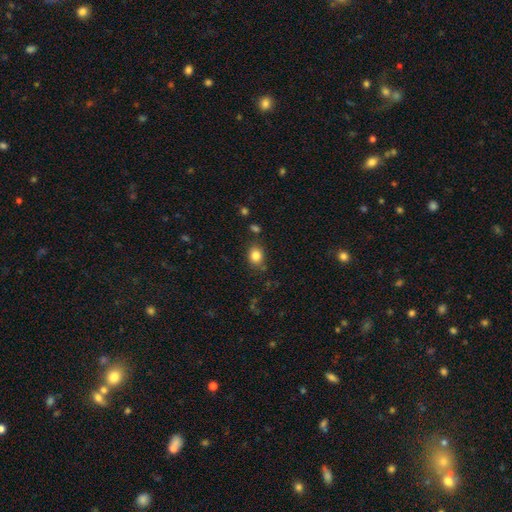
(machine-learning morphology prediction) Smooth or featured?
  - smooth: 84% *
  - star or artifact: 11%
  - featured or disk: 6%
How rounded?
  - round: 60% *
  - in between: 39%
  - cigar-shaped: 1%
Merging?
  - none: 80% *
  - minor disturbance: 12%
  - merger: 4%
  - major disturbance: 4%